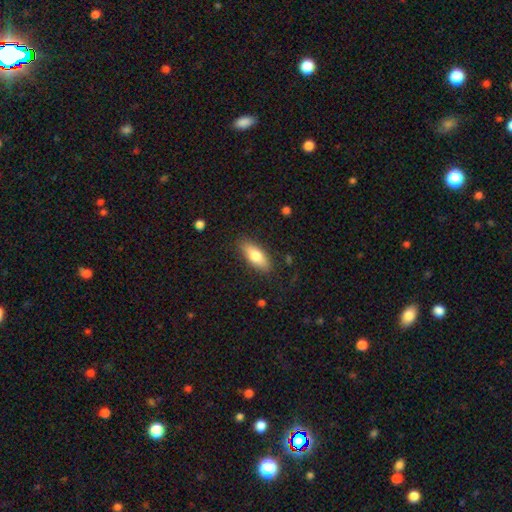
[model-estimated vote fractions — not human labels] Smooth or featured? smooth (75%)
How rounded? in between (74%)
Merging? none (85%)